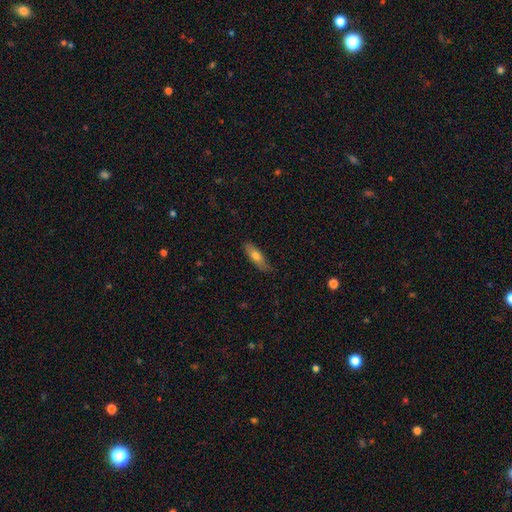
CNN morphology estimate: smooth 69%, featured or disk 25%, star or artifact 6%. Down the decision tree: how rounded — in between (57%); merging — none (78%).